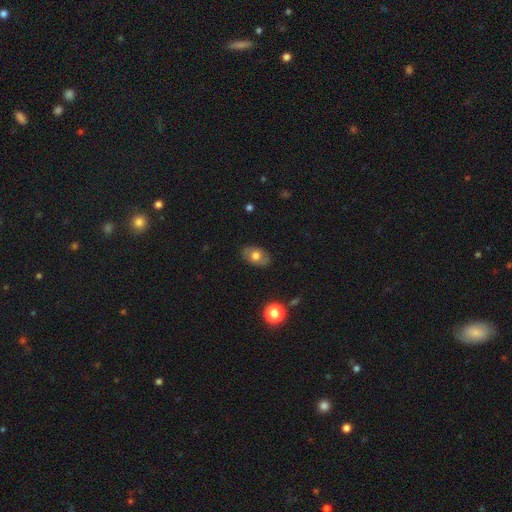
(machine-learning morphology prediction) A smooth galaxy with no disk features (65%) that is in between round and cigar-shaped (82%).

Vote fractions:
- Smooth or featured? smooth: 65% / featured or disk: 27% / star or artifact: 9%
- How rounded? in between: 82% / round: 17% / cigar-shaped: 1%
- Merging? none: 82% / minor disturbance: 13% / major disturbance: 3% / merger: 1%